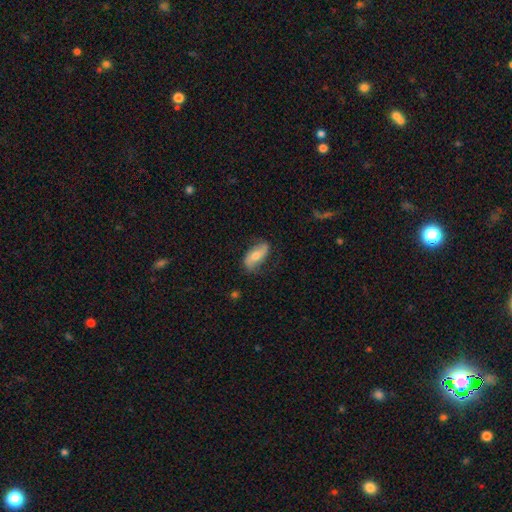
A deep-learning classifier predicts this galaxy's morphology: A featured or disk galaxy (51%).

Vote fractions:
- Smooth or featured? featured or disk: 51% / smooth: 42% / star or artifact: 7%
- Edge-on disk? no: 88% / yes: 12%
- Merging? none: 72% / minor disturbance: 20% / major disturbance: 6% / merger: 1%